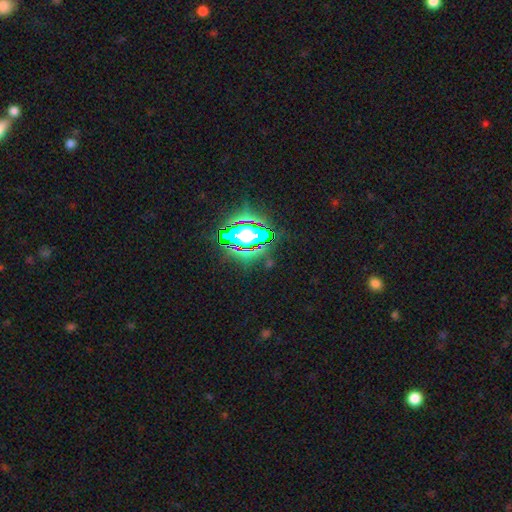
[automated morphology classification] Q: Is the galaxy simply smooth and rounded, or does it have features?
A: star or artifact — 82%.